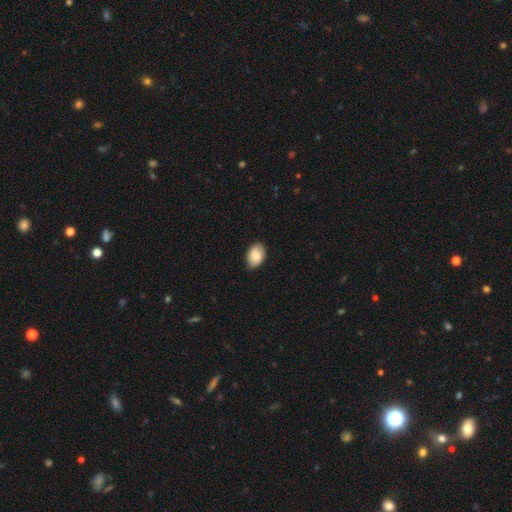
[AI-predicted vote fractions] Smooth or featured: smooth — 84% (featured or disk — 9%)
How rounded: in between — 88% (round — 11%)
Merging: none — 77% (minor disturbance — 20%)